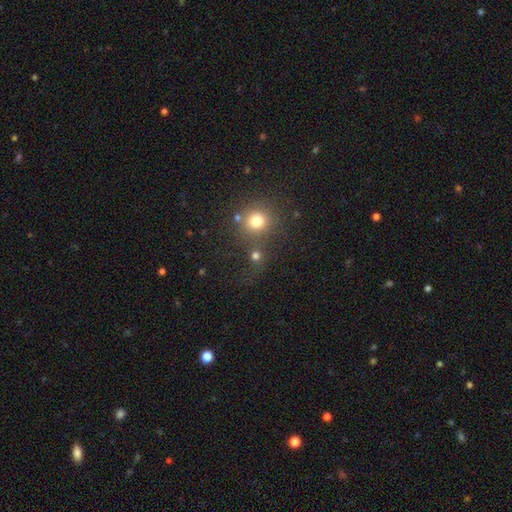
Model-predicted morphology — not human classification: A smooth galaxy with no disk features (71%) that is round (89%).

Vote fractions:
- Smooth or featured? smooth: 71% / star or artifact: 21% / featured or disk: 8%
- How rounded? round: 89% / in between: 10% / cigar-shaped: 1%
- Merging? none: 62% / merger: 23% / minor disturbance: 8% / major disturbance: 7%